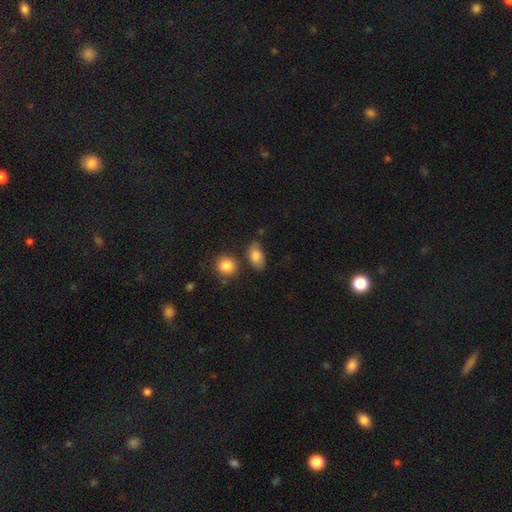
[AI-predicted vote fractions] smooth_or_featured: smooth (p=0.80) [alt: featured or disk p=0.13]
how_rounded: in between (p=0.88) [alt: round p=0.09]
merging: none (p=0.69) [alt: minor disturbance p=0.19]